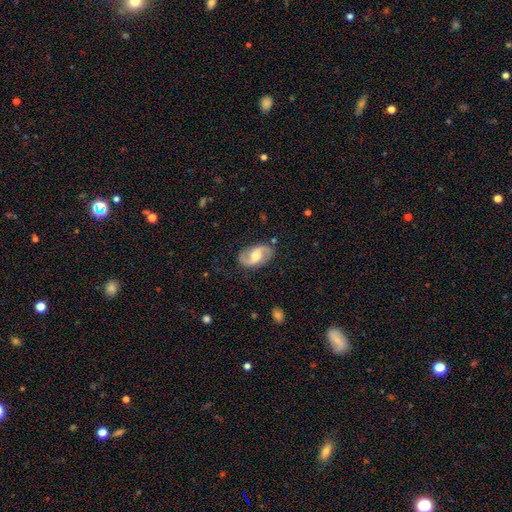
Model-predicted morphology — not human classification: smooth-or-featured: featured or disk: 82% | smooth: 13% | star or artifact: 5%
  disk-edge-on: no: 97% | yes: 3%
    bar: weak: 50% | no: 30% | strong: 20%
    has-spiral-arms: yes: 94% | no: 6%
      spiral-winding: loose: 46% | medium: 42% | tight: 12%
      spiral-arm-count: 2: 93% | can't tell: 3% | 1: 2% | 3: 1% | 4: 1% | more than 4: 1%
    bulge-size: moderate: 60% | small: 19% | large: 15% | none: 4% | dominant: 2%
  merging: none: 82% | minor disturbance: 12% | major disturbance: 4% | merger: 1%